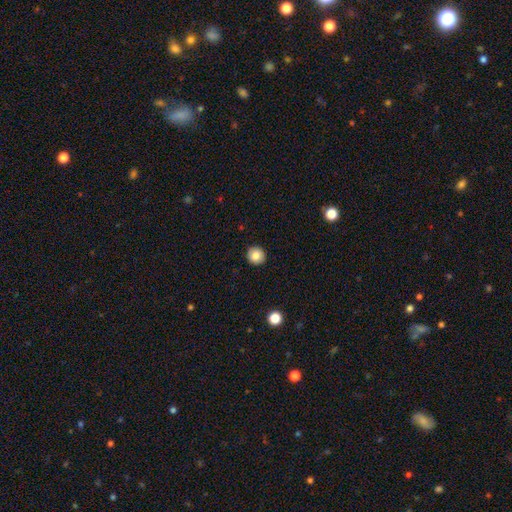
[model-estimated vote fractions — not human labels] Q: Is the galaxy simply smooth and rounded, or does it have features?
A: smooth — 83%.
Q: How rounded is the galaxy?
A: round — 90%.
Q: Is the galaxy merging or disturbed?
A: none — 92%.